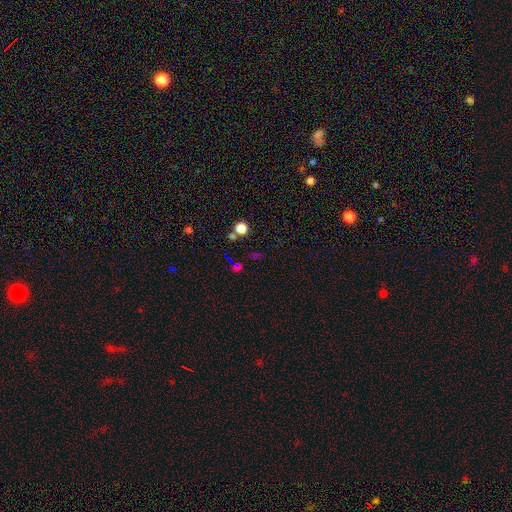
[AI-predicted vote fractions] Q: Smooth or featured?
A: star or artifact (50%); runner-up: smooth (42%)